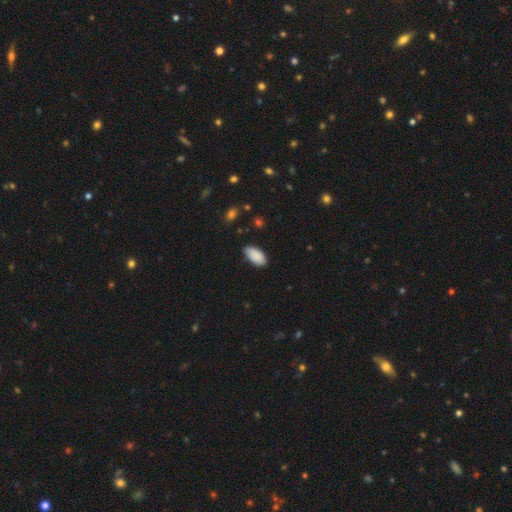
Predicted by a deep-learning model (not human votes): This appears to be a smooth galaxy with no disk features (88%) that is in between round and cigar-shaped (94%). Merging: none (78%).